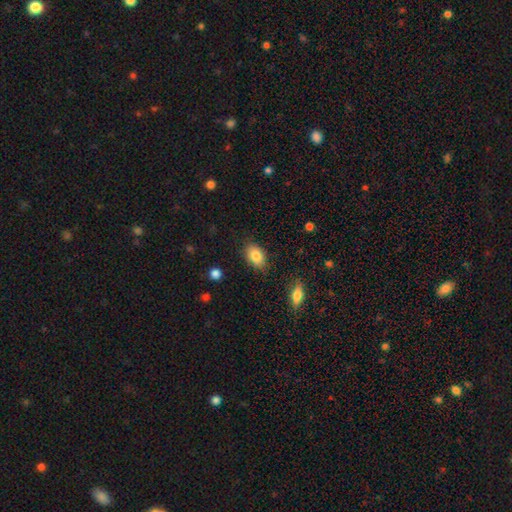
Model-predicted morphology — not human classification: This appears to be a smooth galaxy with no disk features (84%) that is in between round and cigar-shaped (87%). Merging: none (83%).